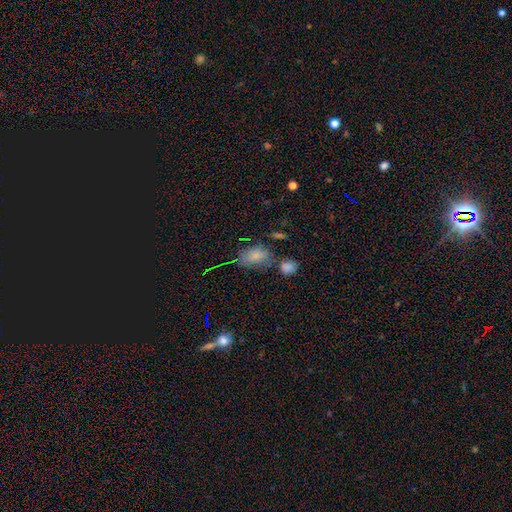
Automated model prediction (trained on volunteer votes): Q: Smooth or featured?
A: smooth (78%); runner-up: star or artifact (12%)
Q: How rounded?
A: in between (88%); runner-up: round (10%)
Q: Merging?
A: none (58%); runner-up: minor disturbance (22%)